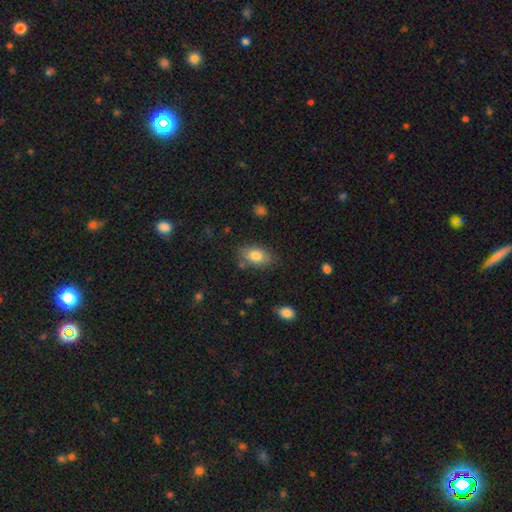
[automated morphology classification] A smooth galaxy with no disk features (80%) that is in between round and cigar-shaped (87%). Merging: none (77%).